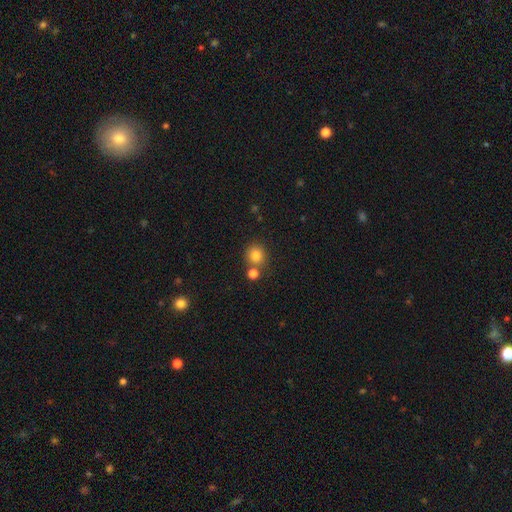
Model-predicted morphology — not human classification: A smooth galaxy with no disk features (82%) that is round (87%). Merging: none (69%).